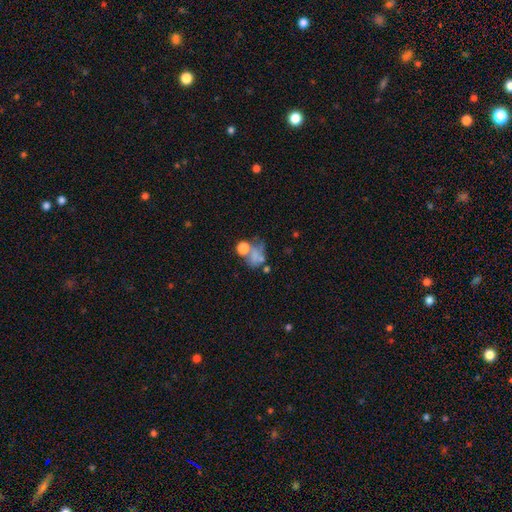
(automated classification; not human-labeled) A smooth galaxy with no disk features (54%) that is in between round and cigar-shaped (53%). Merging: merger (31%).